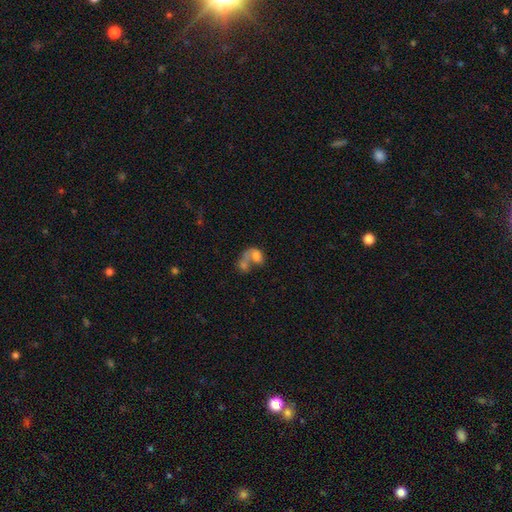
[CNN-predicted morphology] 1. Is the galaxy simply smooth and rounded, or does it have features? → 59% smooth, 30% featured or disk, 11% star or artifact.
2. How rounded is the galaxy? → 77% in between, 21% round, 2% cigar-shaped.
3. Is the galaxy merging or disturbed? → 66% merger, 14% major disturbance, 13% none, 7% minor disturbance.